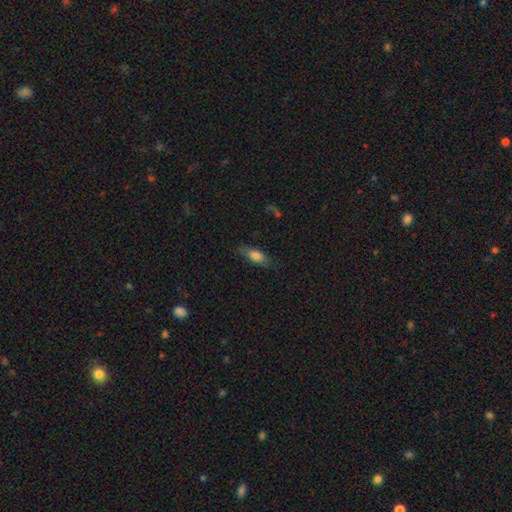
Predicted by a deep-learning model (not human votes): Morphology: type=smooth (74%); roundness=in between (68%); merging=none (74%).